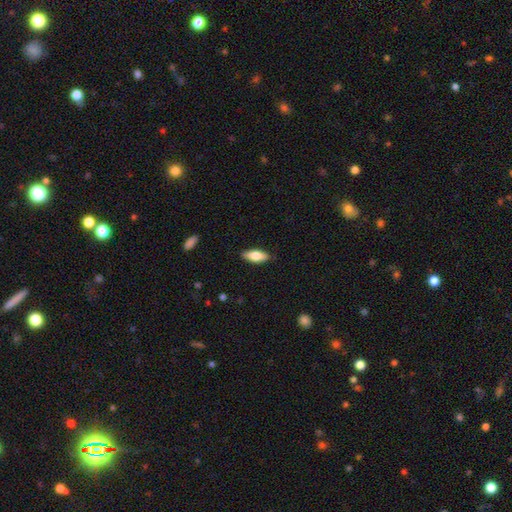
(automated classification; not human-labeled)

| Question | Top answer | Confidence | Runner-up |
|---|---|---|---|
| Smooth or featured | smooth | 72% | featured or disk (21%) |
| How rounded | in between | 76% | cigar-shaped (22%) |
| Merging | none | 87% | minor disturbance (10%) |